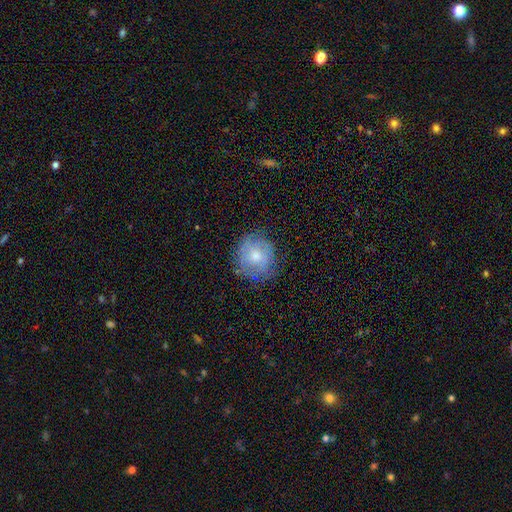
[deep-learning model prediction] Smooth or featured? smooth (57%)
How rounded? round (86%)
Merging? none (73%)